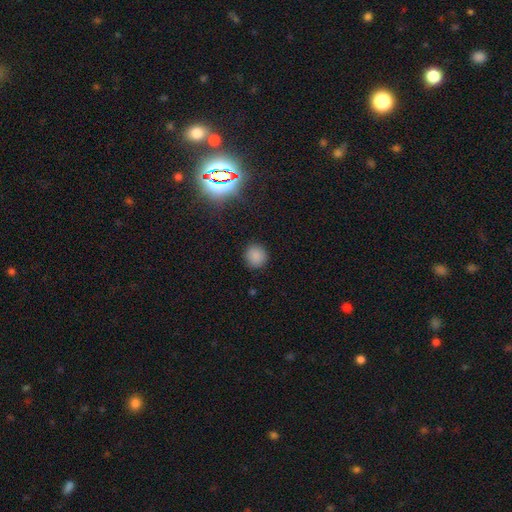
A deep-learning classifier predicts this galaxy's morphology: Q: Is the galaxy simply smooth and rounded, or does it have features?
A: smooth — 83%.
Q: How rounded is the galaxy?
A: round — 90%.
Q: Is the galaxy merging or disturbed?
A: none — 89%.